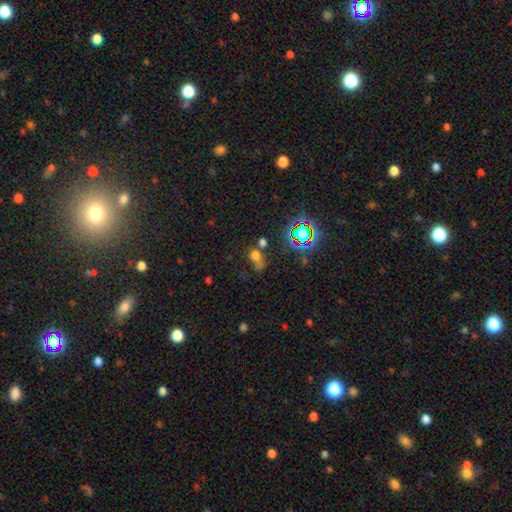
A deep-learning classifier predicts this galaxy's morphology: Smooth or featured: smooth — 54% (star or artifact — 33%)
How rounded: in between — 59% (round — 36%)
Merging: none — 37% (major disturbance — 22%)